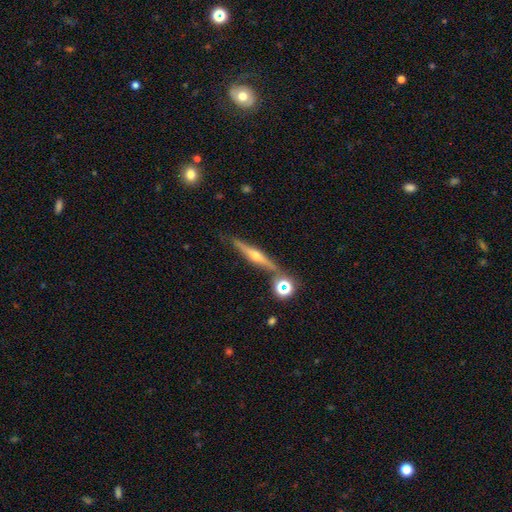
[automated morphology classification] The model was most divided on "smooth or featured": featured or disk: 77%, smooth: 15%, star or artifact: 8%. More confident: edge-on disk — yes (97%); edge-on bulge — rounded (93%); merging — none (82%).